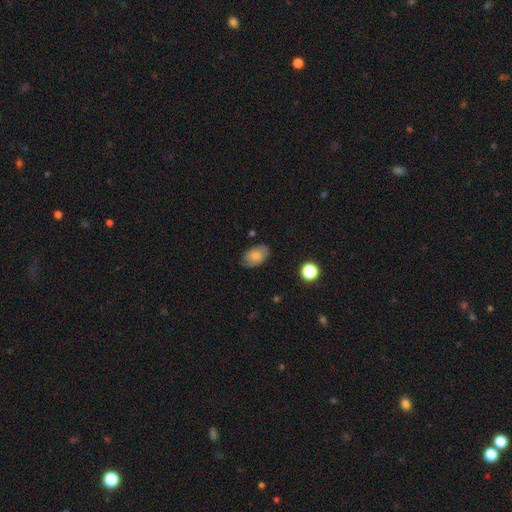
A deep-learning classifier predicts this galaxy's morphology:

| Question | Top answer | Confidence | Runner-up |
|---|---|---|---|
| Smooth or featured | smooth | 77% | featured or disk (14%) |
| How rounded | in between | 89% | round (10%) |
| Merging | none | 79% | minor disturbance (16%) |